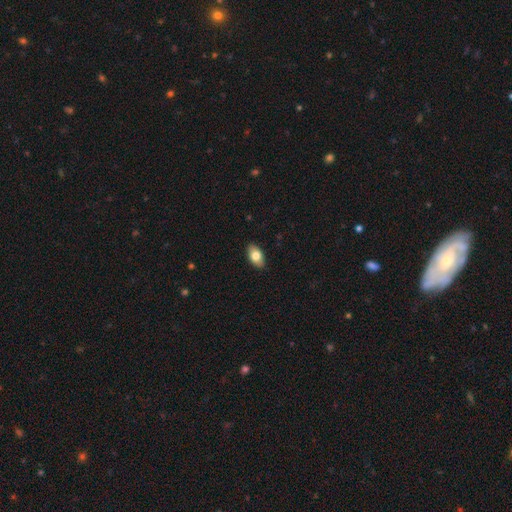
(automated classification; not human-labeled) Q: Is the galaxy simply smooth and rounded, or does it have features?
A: smooth — 81%.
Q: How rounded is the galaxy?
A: in between — 93%.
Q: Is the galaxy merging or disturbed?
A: none — 89%.